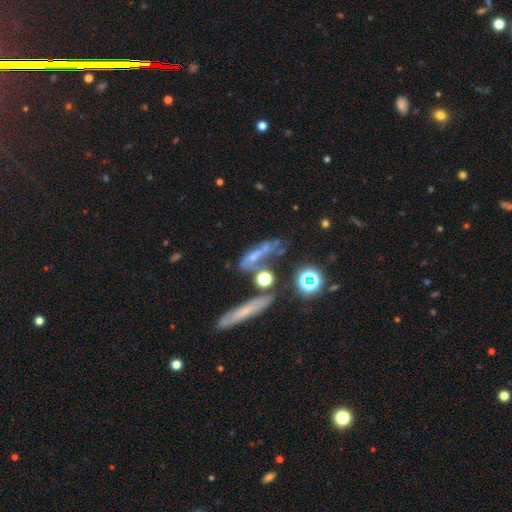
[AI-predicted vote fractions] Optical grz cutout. It shows a smooth galaxy with no disk features (40%). Merging: none (41%).